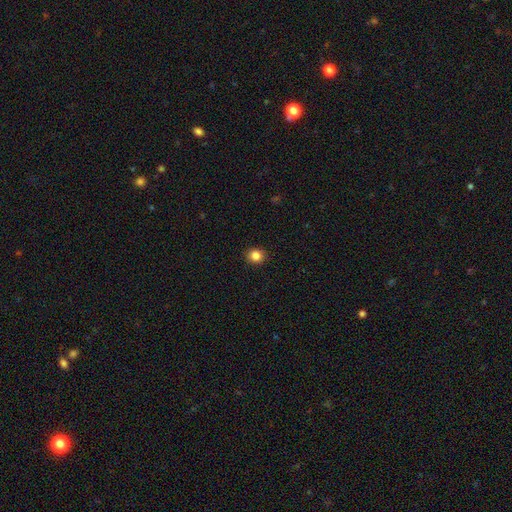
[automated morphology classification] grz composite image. It shows a smooth galaxy with no disk features (85%) that is round (84%). Merging: none (92%).